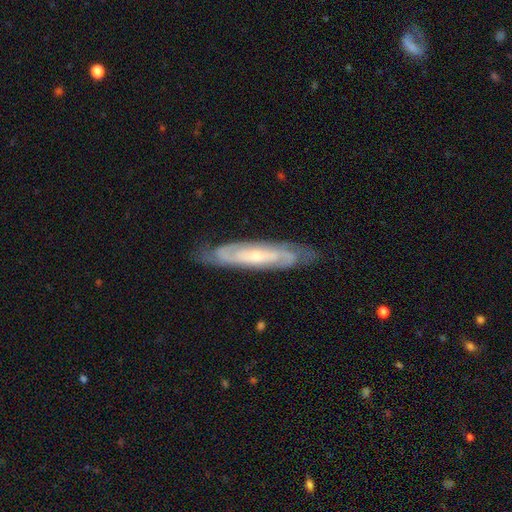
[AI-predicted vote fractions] smooth-or-featured: featured or disk: 80% | smooth: 15% | star or artifact: 6%
  disk-edge-on: no: 68% | yes: 32%
    bar: no: 58% | weak: 29% | strong: 13%
    has-spiral-arms: yes: 93% | no: 7%
      spiral-winding: tight: 63% | medium: 30% | loose: 7%
      spiral-arm-count: 2: 43% | can't tell: 36% | 3: 10% | 4: 5% | 1: 3% | more than 4: 3%
    bulge-size: small: 66% | moderate: 28% | none: 3% | large: 2% | dominant: 1%
  merging: none: 79% | minor disturbance: 16% | major disturbance: 4% | merger: 1%